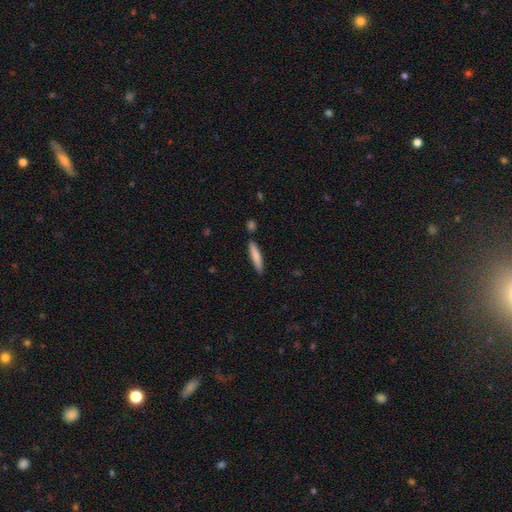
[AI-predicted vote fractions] Smooth or featured?
  - smooth: 77% *
  - featured or disk: 17%
  - star or artifact: 6%
How rounded?
  - cigar-shaped: 90% *
  - in between: 9%
  - round: 1%
Merging?
  - none: 83% *
  - minor disturbance: 10%
  - merger: 4%
  - major disturbance: 2%